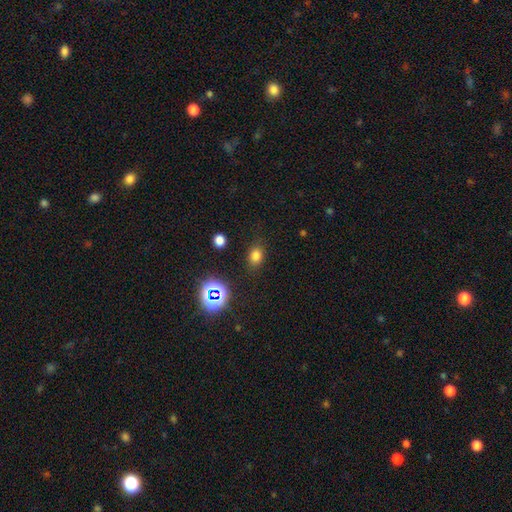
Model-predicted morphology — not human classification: smooth 74%, star or artifact 20%, featured or disk 6%. Down the decision tree: how rounded — in between (58%); merging — none (82%).